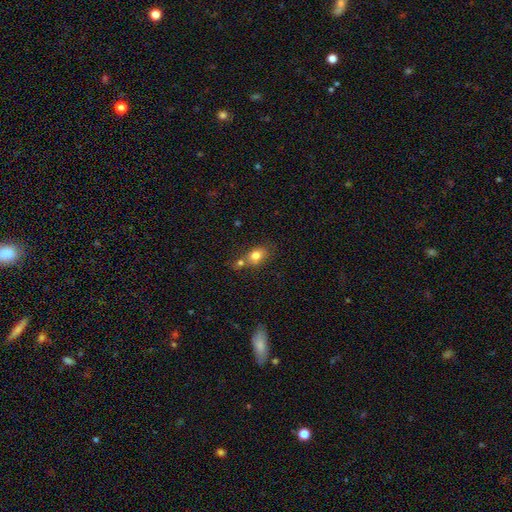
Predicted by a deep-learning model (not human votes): Smooth or featured: smooth — 78% (featured or disk — 11%)
How rounded: in between — 61% (round — 37%)
Merging: none — 50% (merger — 31%)